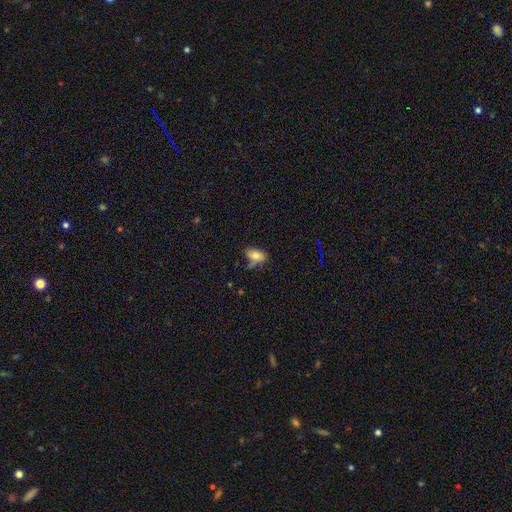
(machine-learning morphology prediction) smooth_or_featured: smooth (p=0.74) [alt: featured or disk p=0.15]
how_rounded: in between (p=0.88) [alt: round p=0.09]
merging: none (p=0.51) [alt: minor disturbance p=0.30]